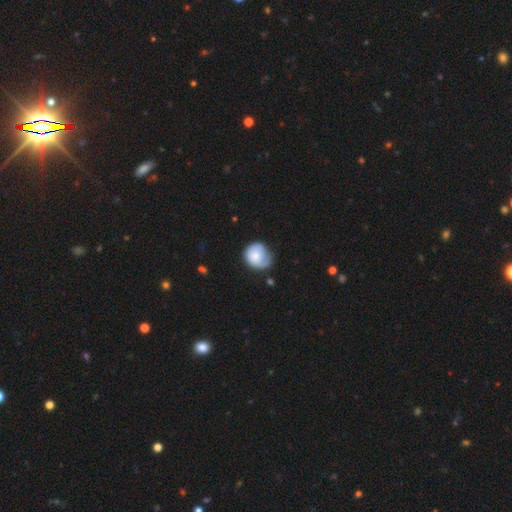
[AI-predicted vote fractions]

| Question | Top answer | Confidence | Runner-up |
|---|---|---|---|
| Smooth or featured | smooth | 69% | featured or disk (24%) |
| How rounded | round | 69% | in between (30%) |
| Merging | none | 46% | minor disturbance (38%) |